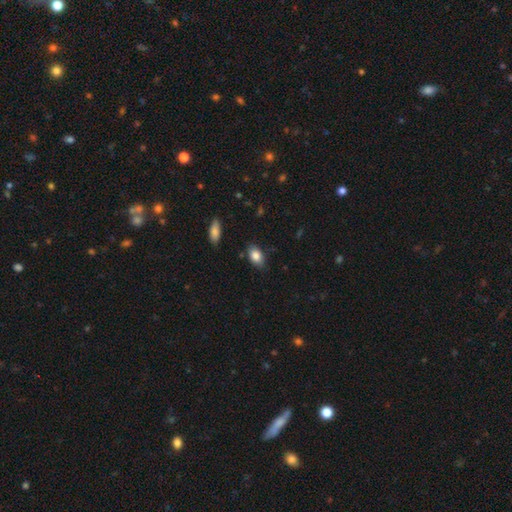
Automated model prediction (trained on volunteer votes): smooth-or-featured: smooth: 85% | star or artifact: 8% | featured or disk: 7%
  how-rounded: in between: 88% | round: 10% | cigar-shaped: 2%
  merging: none: 83% | minor disturbance: 12% | major disturbance: 3% | merger: 2%